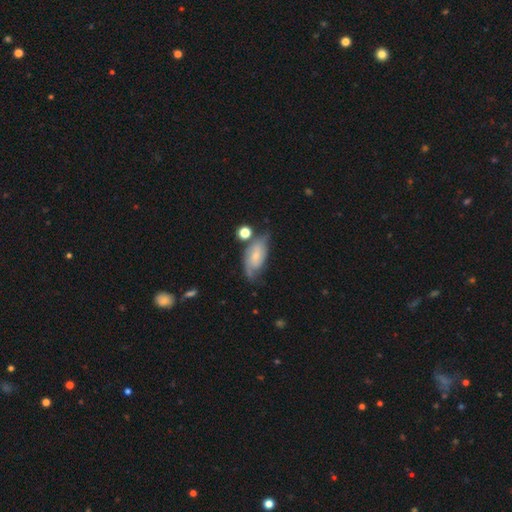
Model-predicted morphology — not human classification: Q: Smooth or featured?
A: featured or disk (51%); runner-up: smooth (41%)
Q: Edge-on disk?
A: no (90%); runner-up: yes (10%)
Q: Merging?
A: none (47%); runner-up: minor disturbance (29%)